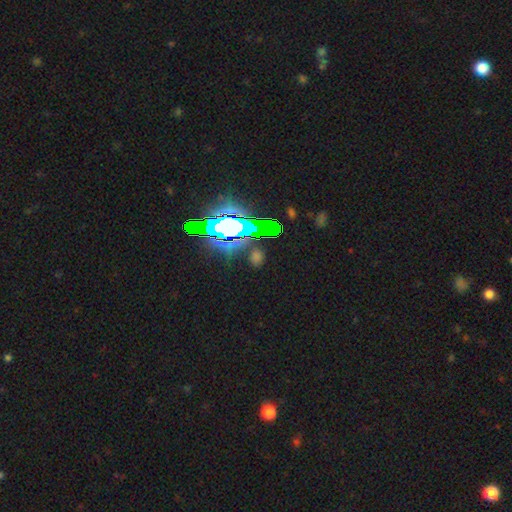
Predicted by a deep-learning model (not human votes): Overall: star or artifact (60%; smooth 23%).